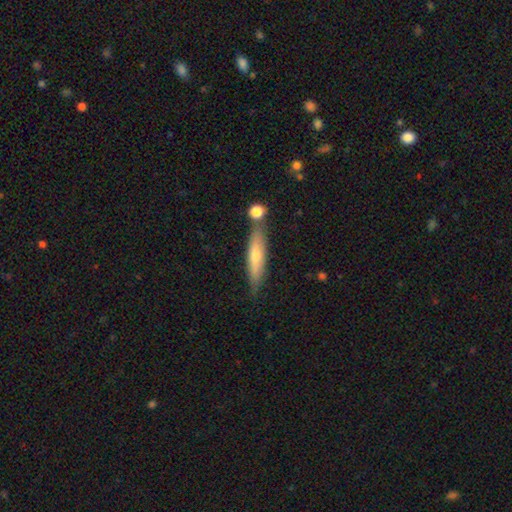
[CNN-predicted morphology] type=smooth (57%); roundness=cigar-shaped (84%); merging=none (74%).